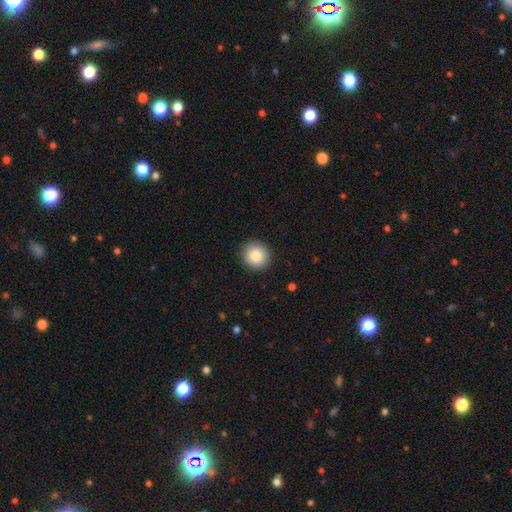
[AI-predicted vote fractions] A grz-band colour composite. It shows a smooth galaxy with no disk features (84%) that is round (93%). Merging: none (92%).